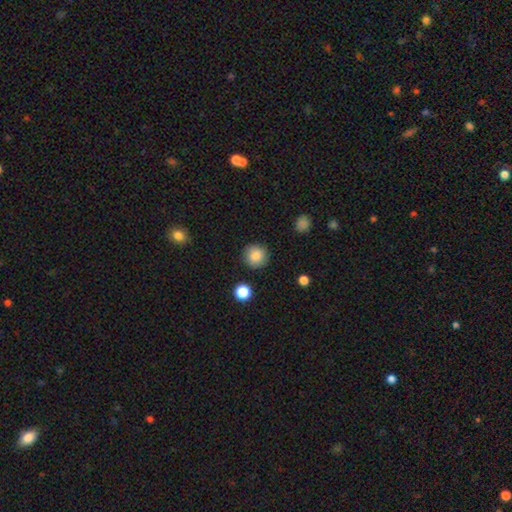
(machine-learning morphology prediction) Smooth or featured?
  - smooth: 86% *
  - star or artifact: 9%
  - featured or disk: 5%
How rounded?
  - round: 94% *
  - in between: 5%
  - cigar-shaped: 1%
Merging?
  - none: 89% *
  - minor disturbance: 7%
  - major disturbance: 2%
  - merger: 2%